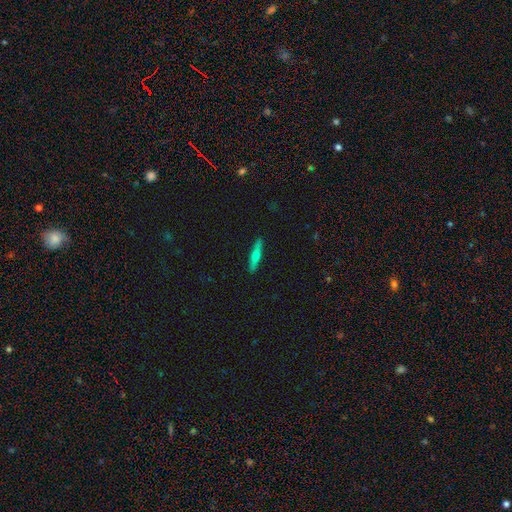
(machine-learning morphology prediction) smooth_or_featured: featured or disk (p=0.47) [tied with: smooth p=0.47]
merging: none (p=0.91) [alt: minor disturbance p=0.06]